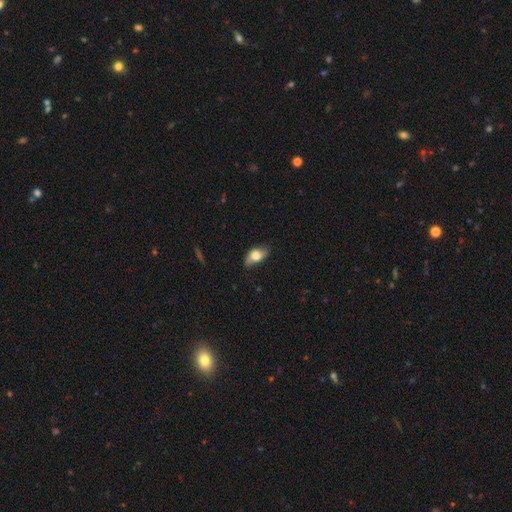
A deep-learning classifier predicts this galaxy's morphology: Smooth or featured?
  - smooth: 58% *
  - featured or disk: 34%
  - star or artifact: 8%
How rounded?
  - in between: 85% *
  - round: 9%
  - cigar-shaped: 6%
Merging?
  - none: 70% *
  - minor disturbance: 23%
  - major disturbance: 5%
  - merger: 1%